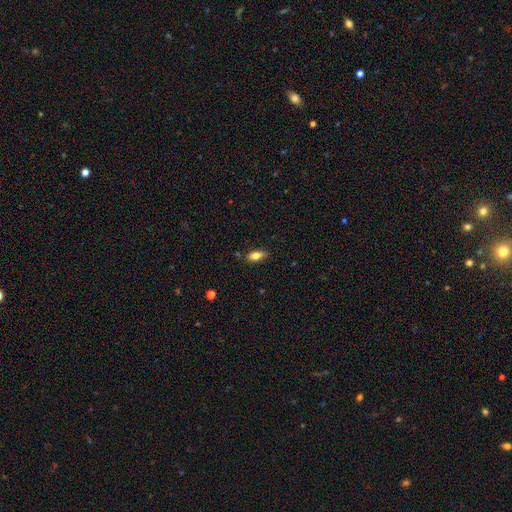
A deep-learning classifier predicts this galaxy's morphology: smooth_or_featured: smooth (p=0.78) [alt: featured or disk p=0.14]
how_rounded: in between (p=0.85) [alt: cigar-shaped p=0.11]
merging: none (p=0.78) [alt: minor disturbance p=0.17]